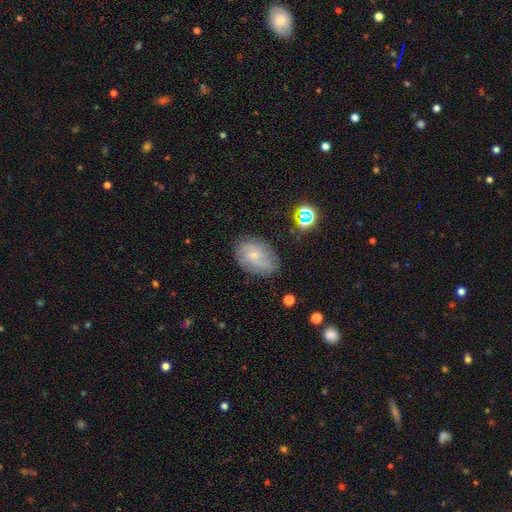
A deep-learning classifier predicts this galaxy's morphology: Smooth or featured? featured or disk (53%)
Edge-on disk? no (97%)
Bar? no (53%)
Spiral arms? yes (84%)
Bulge size? small (62%)
Merging? none (71%)